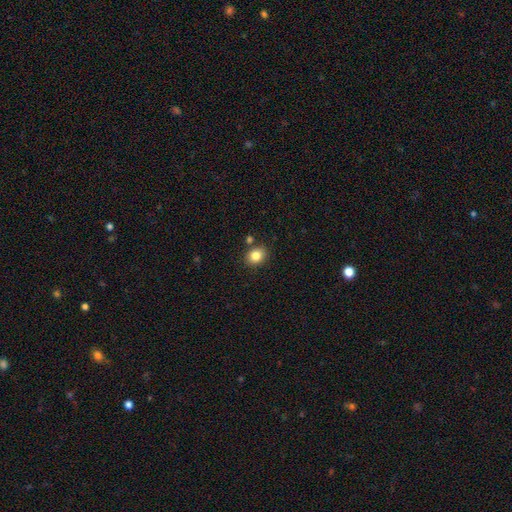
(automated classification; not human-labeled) Smooth or featured? Predicted: smooth (p=0.83). How rounded? Predicted: round (p=0.57). Merging? Predicted: none (p=0.80).